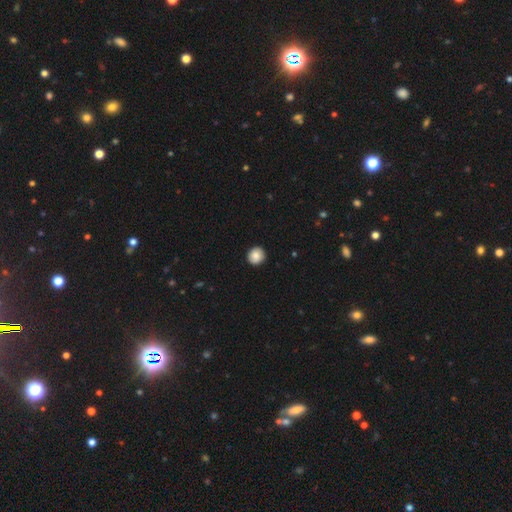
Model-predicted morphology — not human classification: Smooth or featured? Predicted: smooth (p=0.84). How rounded? Predicted: round (p=0.90). Merging? Predicted: none (p=0.91).